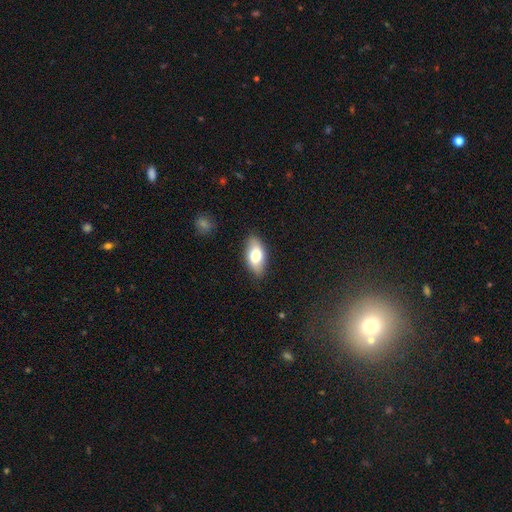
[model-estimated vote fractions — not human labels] Smooth or featured? smooth (70%)
How rounded? in between (90%)
Merging? none (85%)